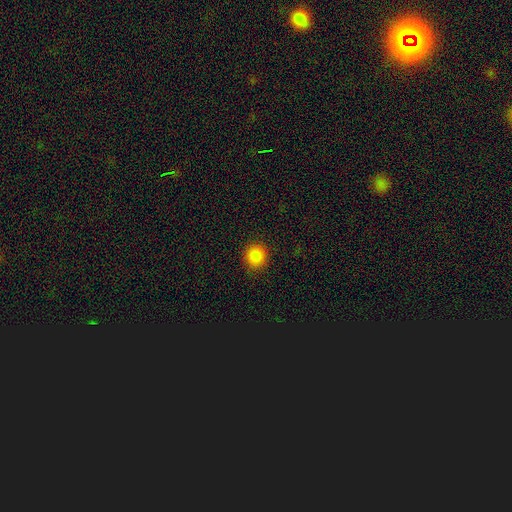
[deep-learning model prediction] Overall: smooth (87%). How rounded: round (89%). Merging: none (90%).